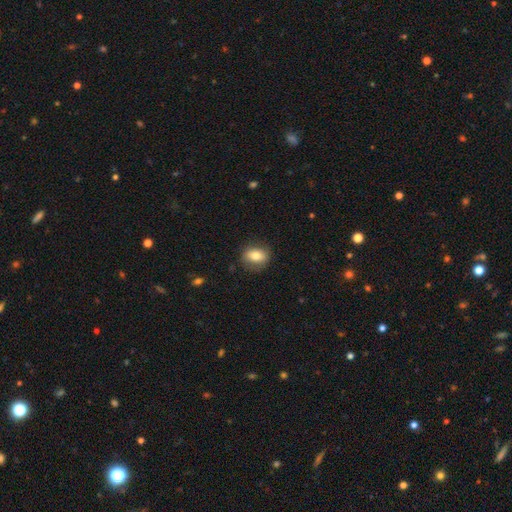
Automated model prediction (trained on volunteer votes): Q: Smooth or featured?
A: smooth (74%); runner-up: featured or disk (18%)
Q: How rounded?
A: in between (63%); runner-up: round (35%)
Q: Merging?
A: none (78%); runner-up: minor disturbance (16%)